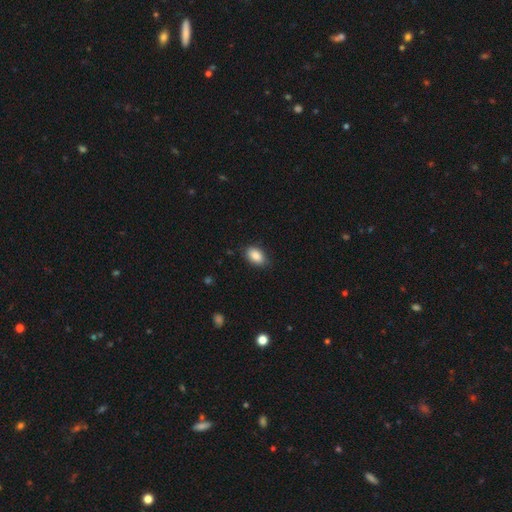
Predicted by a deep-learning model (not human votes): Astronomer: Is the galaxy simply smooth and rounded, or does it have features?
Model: smooth — 88%.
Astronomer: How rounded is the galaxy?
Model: in between — 90%.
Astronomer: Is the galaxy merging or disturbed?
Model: none — 80%.